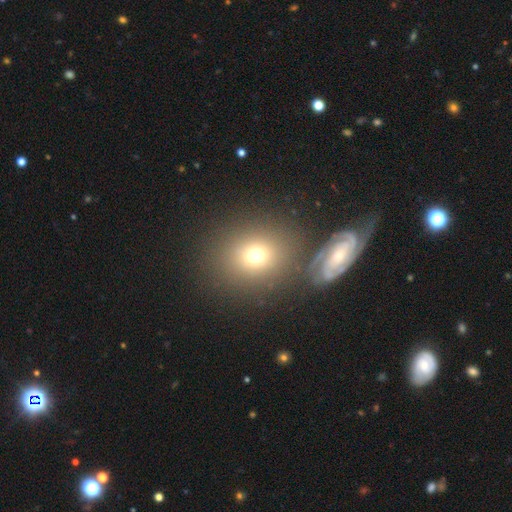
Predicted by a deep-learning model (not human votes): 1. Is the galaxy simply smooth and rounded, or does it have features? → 68% smooth, 18% featured or disk, 13% star or artifact.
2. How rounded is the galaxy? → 65% round, 34% in between, 1% cigar-shaped.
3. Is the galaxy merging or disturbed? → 70% none, 13% merger, 12% minor disturbance, 5% major disturbance.